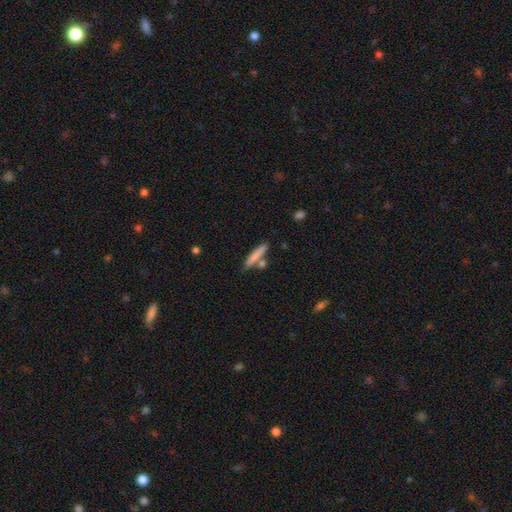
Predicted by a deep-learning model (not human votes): Smooth or featured? Predicted: smooth (p=0.76). How rounded? Predicted: cigar-shaped (p=0.89). Merging? Predicted: none (p=0.70).